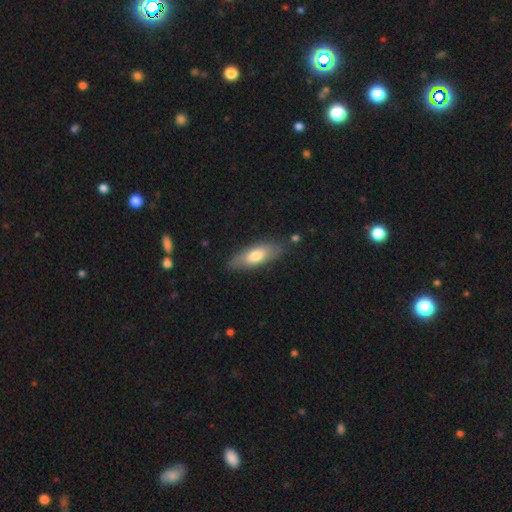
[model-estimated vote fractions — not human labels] Morphology: type=smooth (70%); roundness=in between (73%); merging=none (79%).